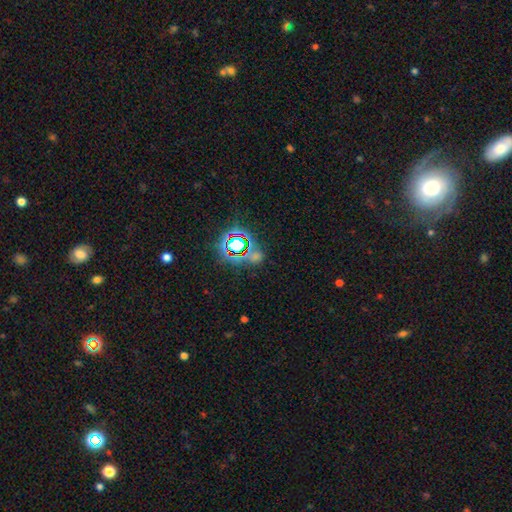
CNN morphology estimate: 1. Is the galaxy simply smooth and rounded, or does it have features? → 66% star or artifact, 25% smooth, 10% featured or disk.